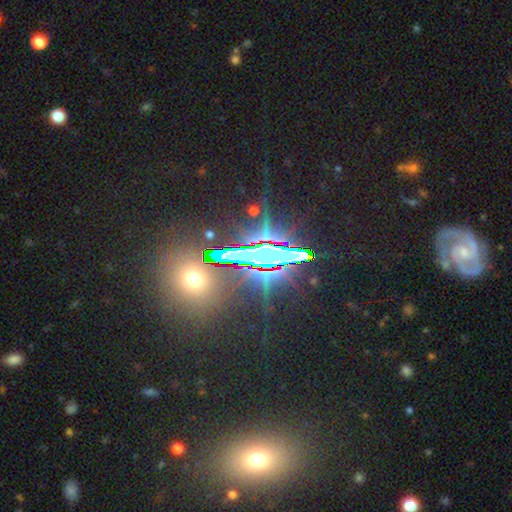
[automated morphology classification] This appears to be a star or artifact, not a galaxy (79%).